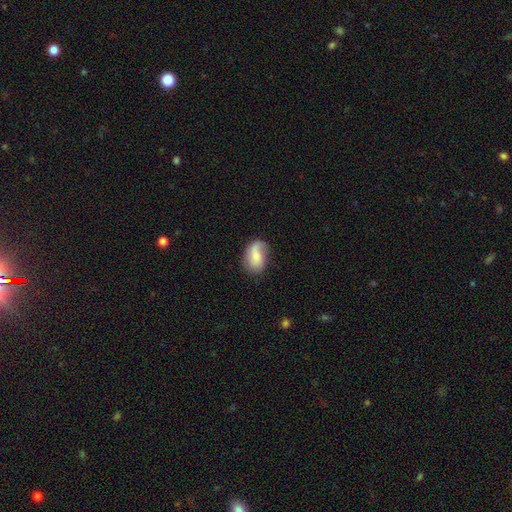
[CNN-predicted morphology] Smooth or featured: smooth — 58% (featured or disk — 34%)
How rounded: in between — 85% (round — 13%)
Merging: none — 56% (minor disturbance — 29%)